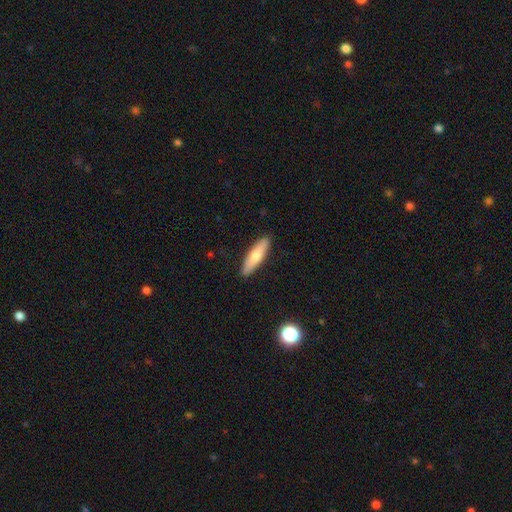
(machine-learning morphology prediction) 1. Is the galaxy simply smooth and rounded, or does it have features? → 71% smooth, 24% featured or disk, 5% star or artifact.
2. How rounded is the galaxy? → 68% cigar-shaped, 30% in between, 2% round.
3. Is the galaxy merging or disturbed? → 89% none, 8% minor disturbance, 2% major disturbance, 1% merger.